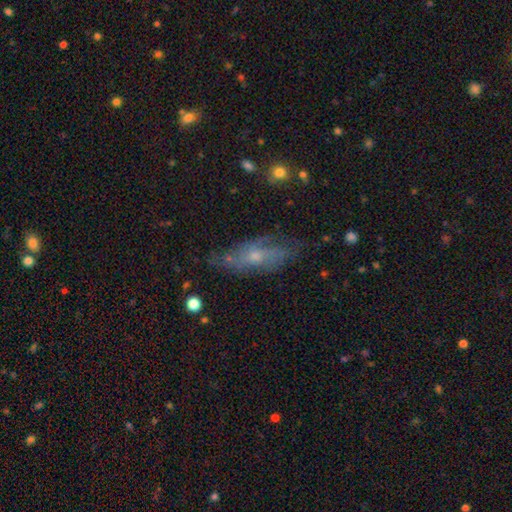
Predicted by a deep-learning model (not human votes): Overall: featured or disk (54%; smooth 37%). Edge-on disk: no (74%). Merging: none (57%; minor disturbance 27%).